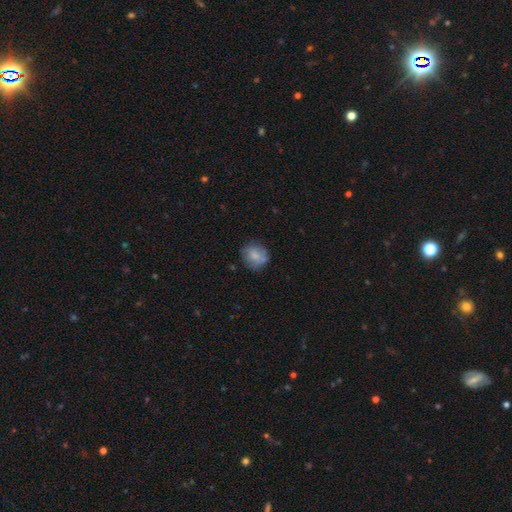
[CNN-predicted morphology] Smooth or featured? smooth (78%)
How rounded? round (75%)
Merging? none (71%)